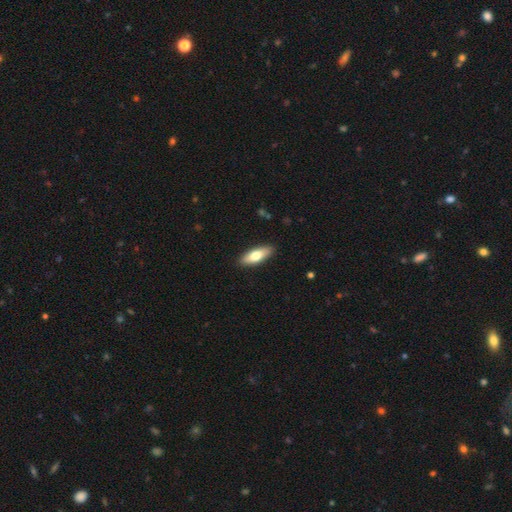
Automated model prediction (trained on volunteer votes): Smooth or featured: smooth — 73% (featured or disk — 22%)
How rounded: in between — 63% (cigar-shaped — 35%)
Merging: none — 89% (minor disturbance — 8%)